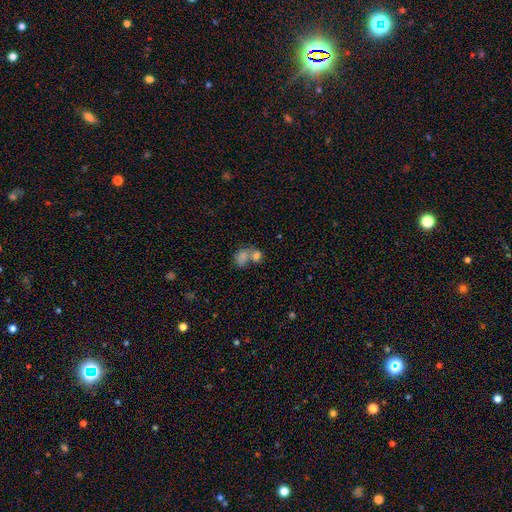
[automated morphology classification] Smooth or featured?
  - smooth: 76% *
  - featured or disk: 14%
  - star or artifact: 11%
How rounded?
  - in between: 62% *
  - round: 36%
  - cigar-shaped: 2%
Merging?
  - merger: 65% *
  - none: 22%
  - minor disturbance: 7%
  - major disturbance: 6%